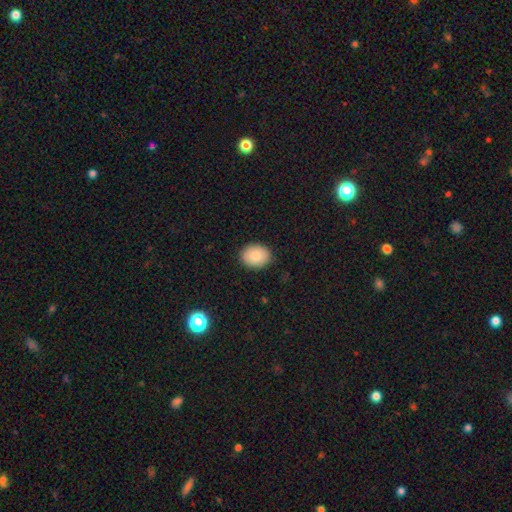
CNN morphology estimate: A smooth galaxy with no disk features (87%) that is in between round and cigar-shaped (59%). Merging: none (89%).